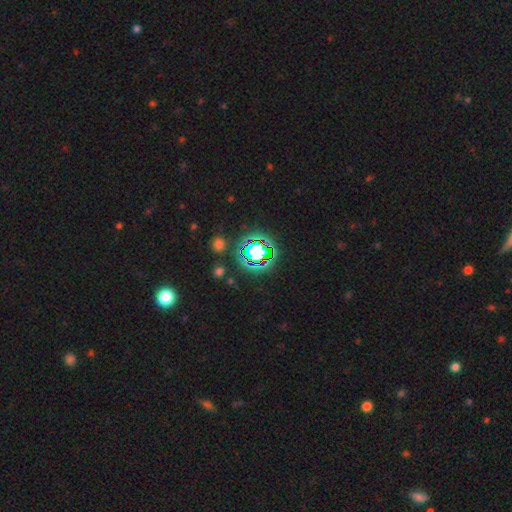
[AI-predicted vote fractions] The model was most divided on "smooth or featured": star or artifact: 77%, smooth: 13%, featured or disk: 9%.